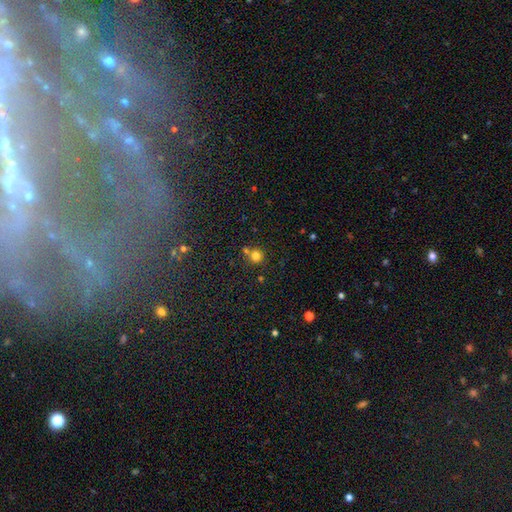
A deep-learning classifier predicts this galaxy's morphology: A smooth galaxy with no disk features (76%) that is round (90%). Merging: none (63%).